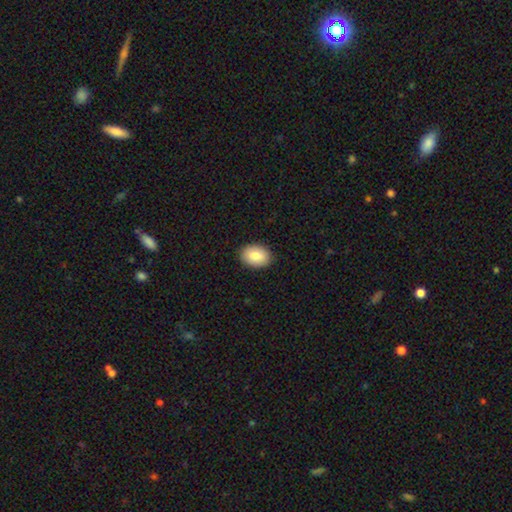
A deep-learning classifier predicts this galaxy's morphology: Q: Smooth or featured?
A: smooth (85%); runner-up: featured or disk (8%)
Q: How rounded?
A: in between (78%); runner-up: round (21%)
Q: Merging?
A: none (90%); runner-up: minor disturbance (8%)